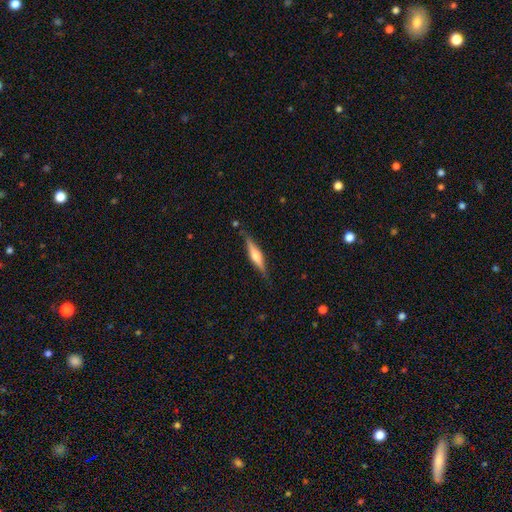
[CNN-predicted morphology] A featured or disk galaxy (60%) viewed edge-on (96%) with a rounded central bulge (84%). Merging: none (83%).